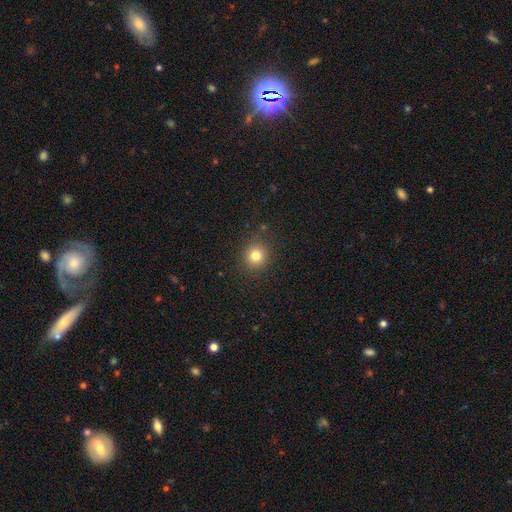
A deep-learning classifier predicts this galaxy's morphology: type=smooth (80%); roundness=round (89%); merging=none (88%).